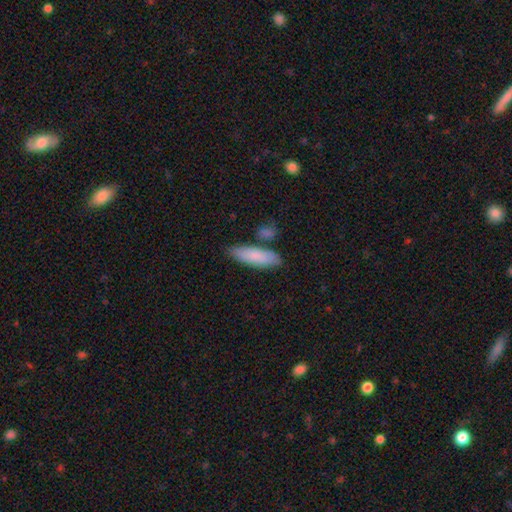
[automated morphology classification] Overall: smooth (83%). How rounded: cigar-shaped (50%; in between 48%). Merging: none (75%).